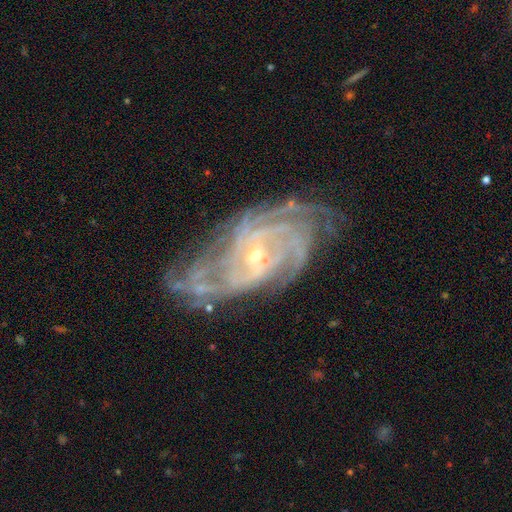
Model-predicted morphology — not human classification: featured or disk 90%, star or artifact 6%, smooth 4%. Down the decision tree: edge-on disk — no (96%); bar — no (50%); spiral arms — yes (98%); spiral arm count — 4 (26%); spiral winding — tight (66%); bulge size — small (73%); merging — none (65%).